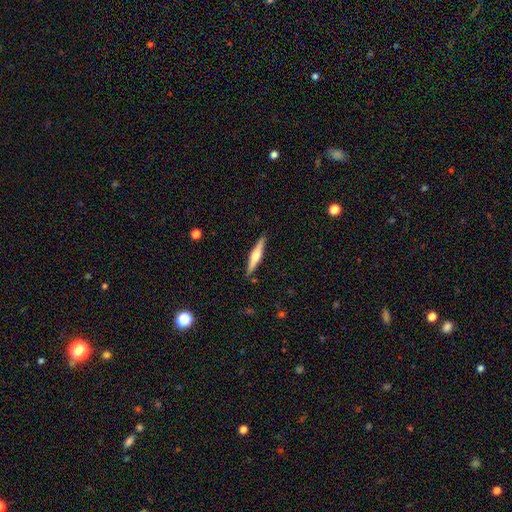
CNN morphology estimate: Smooth or featured? featured or disk (58%)
Edge-on disk? yes (97%)
Edge-on bulge? rounded (82%)
Merging? none (90%)